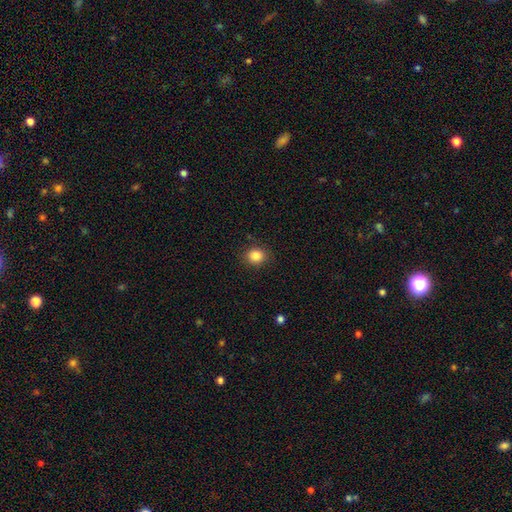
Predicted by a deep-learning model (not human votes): The model was most divided on "how rounded": round: 77%, in between: 22%, cigar-shaped: 1%. More confident: merging — none (88%); smooth or featured — smooth (85%).